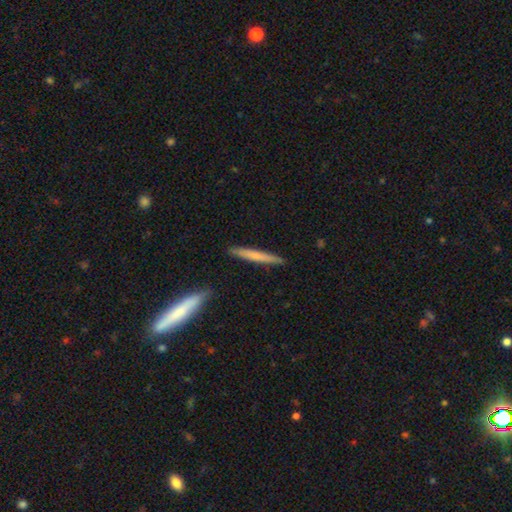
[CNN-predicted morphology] A smooth galaxy with no disk features (65%) that is cigar-shaped (95%). Merging: none (88%).